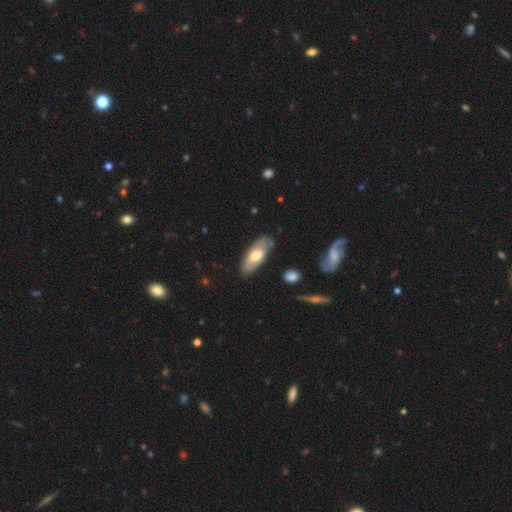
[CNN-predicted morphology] smooth_or_featured: smooth (p=0.49) [alt: featured or disk p=0.45]
merging: none (p=0.73) [alt: minor disturbance p=0.20]